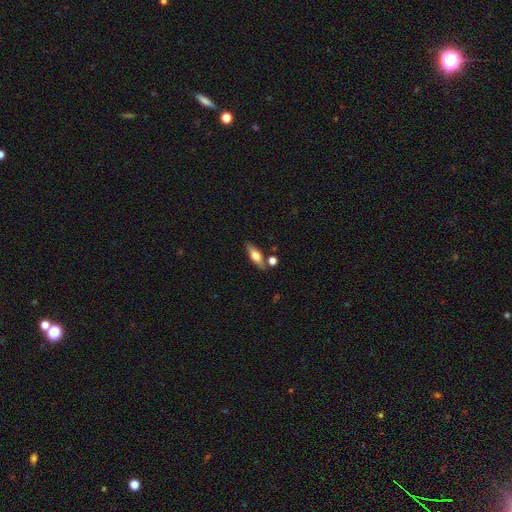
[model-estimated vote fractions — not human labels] Overall: smooth (49%; featured or disk 44%). Merging: none (77%).